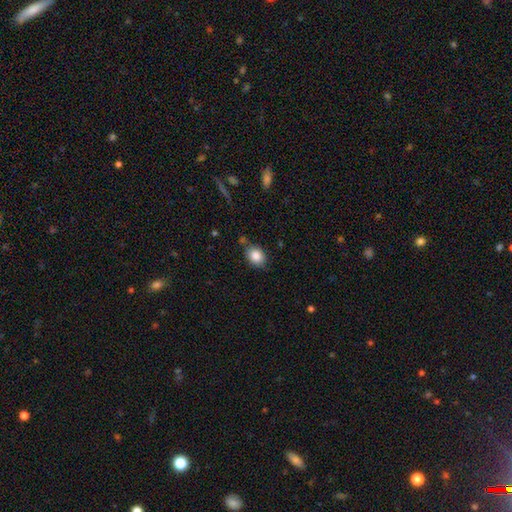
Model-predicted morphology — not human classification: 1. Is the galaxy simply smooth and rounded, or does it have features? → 86% smooth, 9% star or artifact, 6% featured or disk.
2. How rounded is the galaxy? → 56% in between, 43% round, 1% cigar-shaped.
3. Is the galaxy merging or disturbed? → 76% none, 15% minor disturbance, 5% merger, 3% major disturbance.